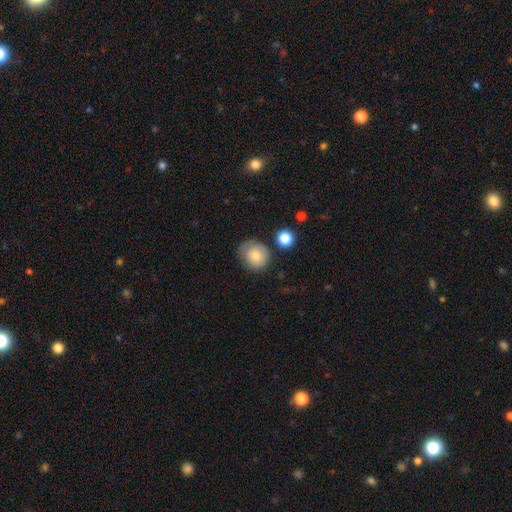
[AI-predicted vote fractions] smooth-or-featured: smooth: 75% | featured or disk: 17% | star or artifact: 8%
  how-rounded: round: 78% | in between: 21% | cigar-shaped: 1%
  merging: none: 63% | minor disturbance: 24% | major disturbance: 8% | merger: 4%